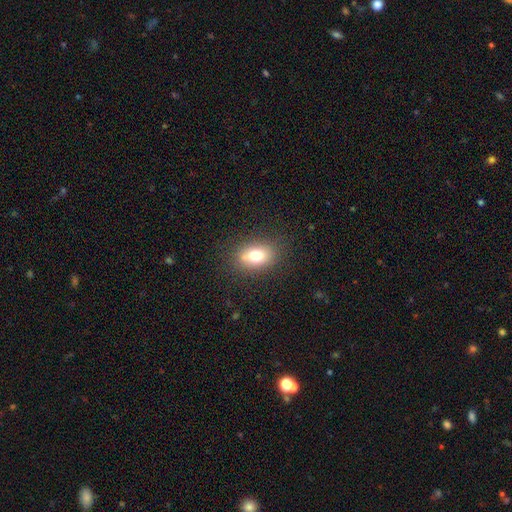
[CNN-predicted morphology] Smooth or featured? Predicted: smooth (p=0.75). How rounded? Predicted: in between (p=0.77). Merging? Predicted: none (p=0.84).